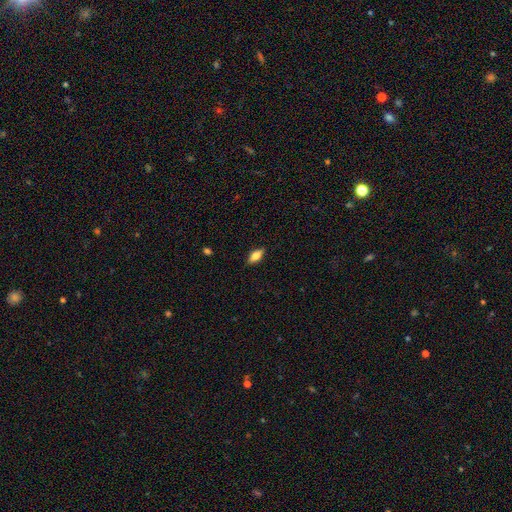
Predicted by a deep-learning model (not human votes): This is likely a smooth galaxy (69%). How rounded: clearly in between (81%). Merging: clearly none (85%).